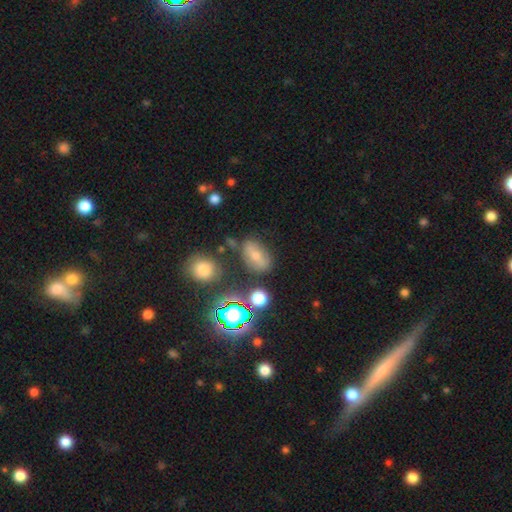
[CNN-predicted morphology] smooth 56%, featured or disk 25%, star or artifact 19%. Down the decision tree: how rounded — in between (78%); merging — none (66%).